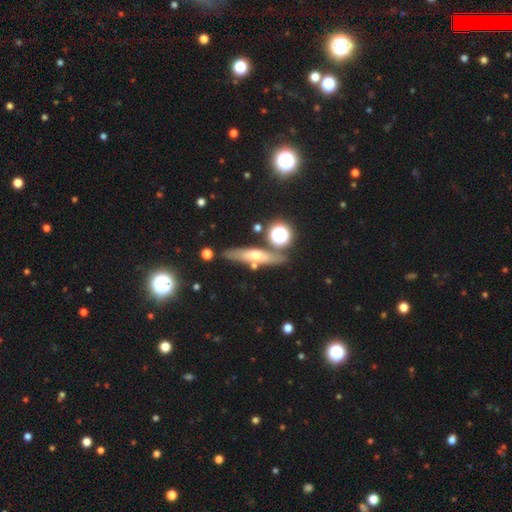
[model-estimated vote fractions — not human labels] Smooth or featured? featured or disk (45%)
Merging? none (80%)